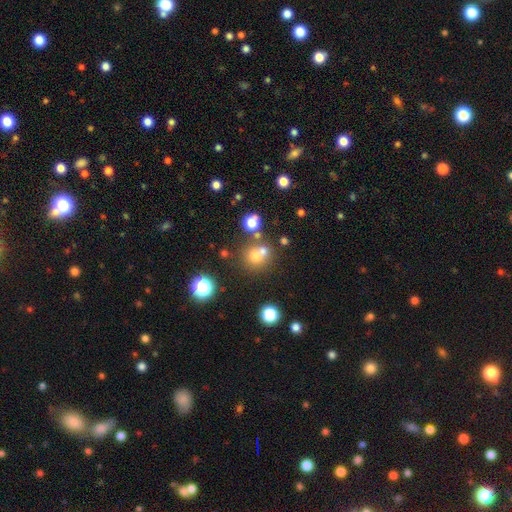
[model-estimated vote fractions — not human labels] A smooth galaxy with no disk features (66%) that is round (86%).

Vote fractions:
- Smooth or featured? smooth: 66% / star or artifact: 20% / featured or disk: 13%
- How rounded? round: 86% / in between: 13% / cigar-shaped: 1%
- Merging? none: 53% / merger: 35% / minor disturbance: 8% / major disturbance: 4%